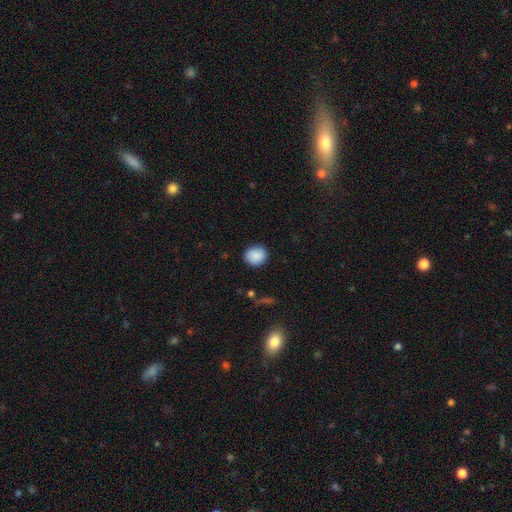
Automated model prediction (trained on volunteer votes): A smooth galaxy with no disk features (89%) that is round (77%). Merging: none (88%).